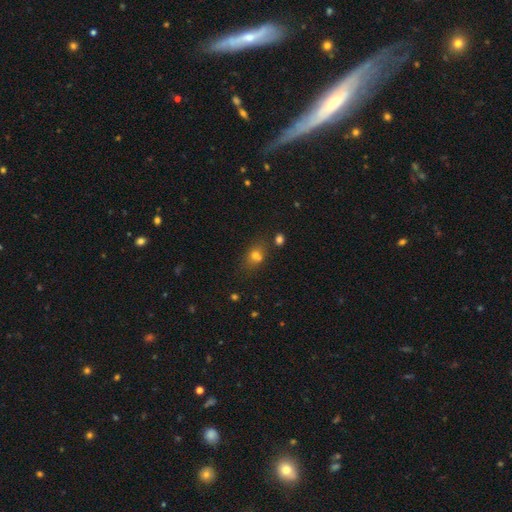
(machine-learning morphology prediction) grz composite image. It shows a smooth galaxy with no disk features (67%) that is in between round and cigar-shaped (50%). Merging: none (50%).